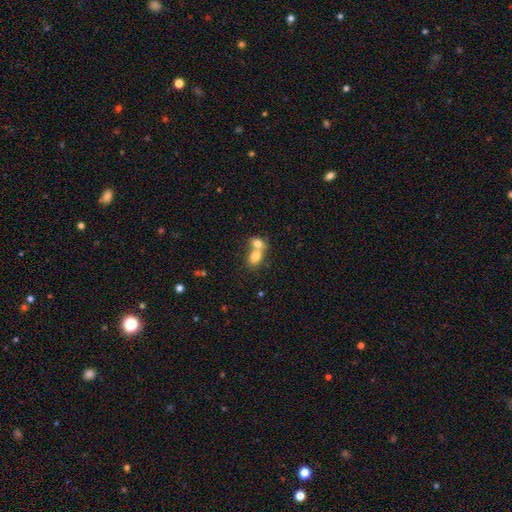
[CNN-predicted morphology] Smooth or featured? smooth (77%)
How rounded? in between (67%)
Merging? merger (69%)